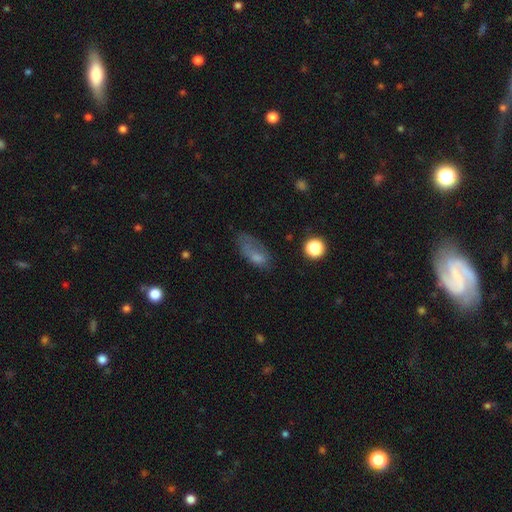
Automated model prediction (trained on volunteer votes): Smooth or featured: smooth — 64% (featured or disk — 23%)
How rounded: in between — 83% (cigar-shaped — 10%)
Merging: none — 37% (minor disturbance — 30%)